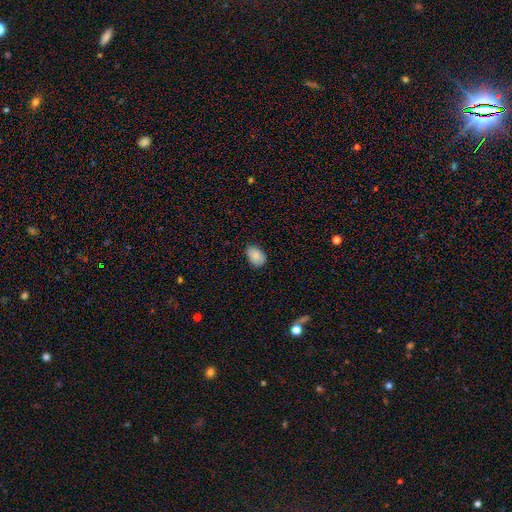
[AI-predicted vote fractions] smooth-or-featured: smooth: 87% | star or artifact: 7% | featured or disk: 5%
  how-rounded: in between: 81% | round: 18% | cigar-shaped: 1%
  merging: none: 72% | minor disturbance: 23% | major disturbance: 3% | merger: 1%